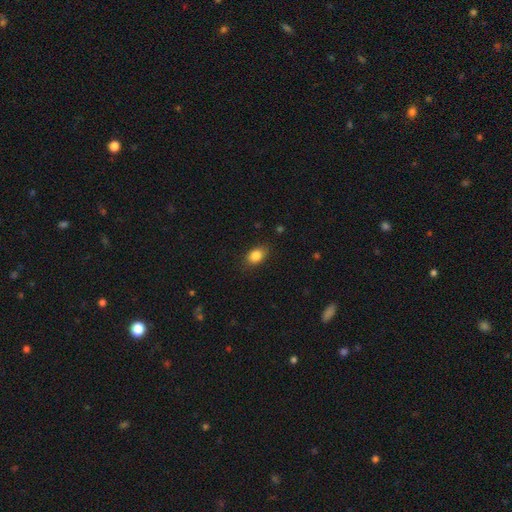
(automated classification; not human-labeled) smooth_or_featured: smooth (p=0.85) [alt: star or artifact p=0.09]
how_rounded: in between (p=0.77) [alt: round p=0.21]
merging: none (p=0.83) [alt: minor disturbance p=0.13]